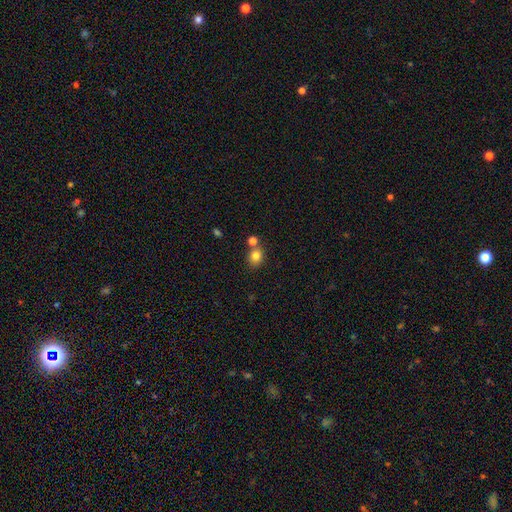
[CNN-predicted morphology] A smooth galaxy with no disk features (81%) that is round (71%).

Vote fractions:
- Smooth or featured? smooth: 81% / star or artifact: 12% / featured or disk: 7%
- How rounded? round: 71% / in between: 29% / cigar-shaped: 1%
- Merging? none: 64% / merger: 23% / minor disturbance: 10% / major disturbance: 3%